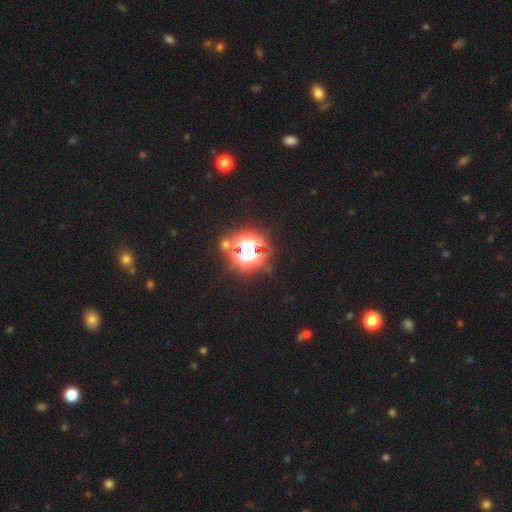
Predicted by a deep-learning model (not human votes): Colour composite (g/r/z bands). It shows a star or artifact, not a galaxy (82%).